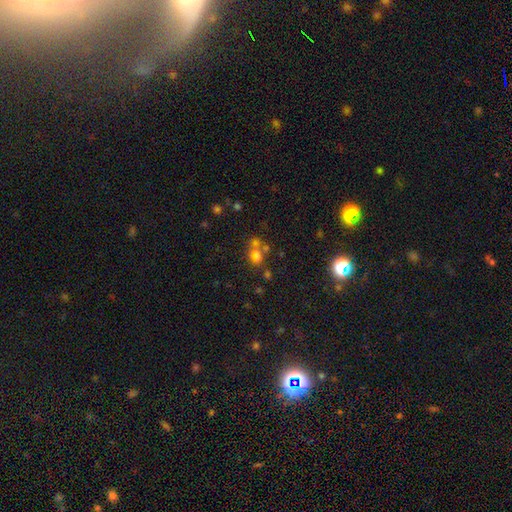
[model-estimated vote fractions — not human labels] smooth_or_featured: smooth (p=0.55) [alt: star or artifact p=0.25]
how_rounded: in between (p=0.54) [alt: round p=0.44]
merging: merger (p=0.40) [tied with: none p=0.40]